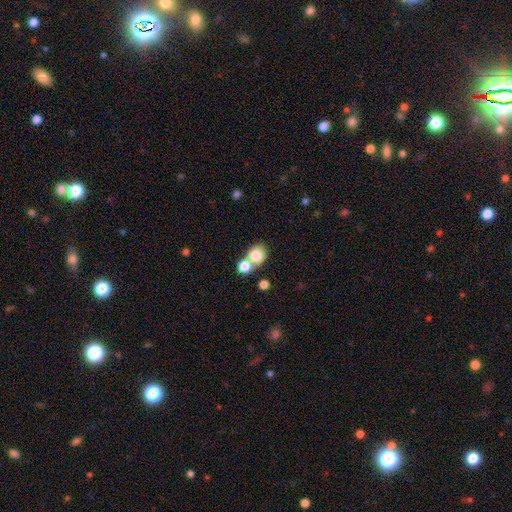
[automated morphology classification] The model was most divided on "merging": merger: 47%, none: 41%, minor disturbance: 8%, major disturbance: 4%. More confident: smooth or featured — smooth (79%); how rounded — round (66%).